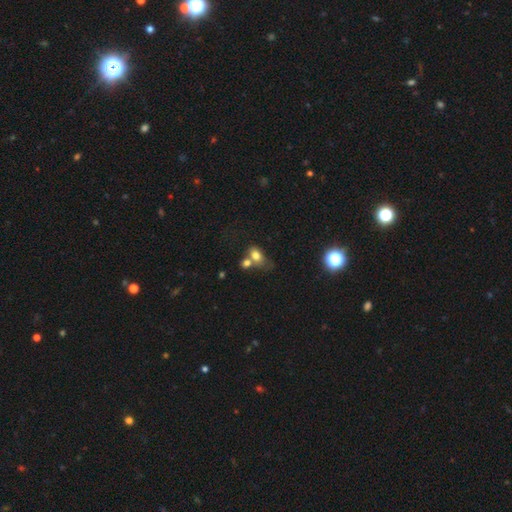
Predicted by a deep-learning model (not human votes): smooth 75%, featured or disk 14%, star or artifact 11%. Down the decision tree: how rounded — in between (71%); merging — merger (48%).